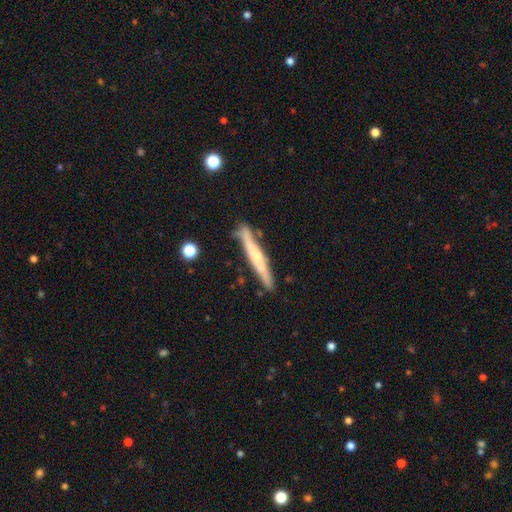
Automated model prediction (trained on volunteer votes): featured or disk 54%, smooth 40%, star or artifact 6%. Down the decision tree: edge-on disk — yes (93%); edge-on bulge — rounded (50%); merging — none (81%).